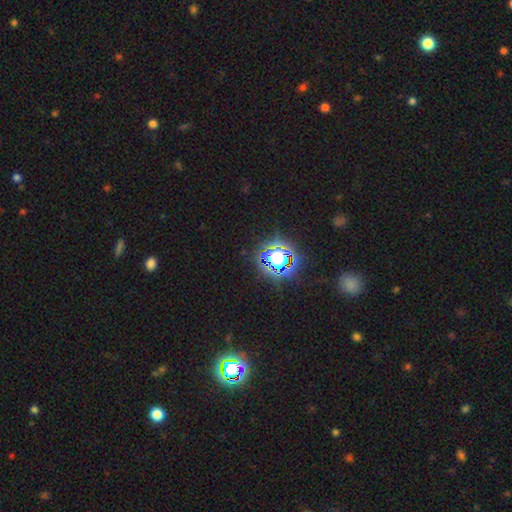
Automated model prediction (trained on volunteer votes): Smooth or featured? Predicted: star or artifact (p=0.77).